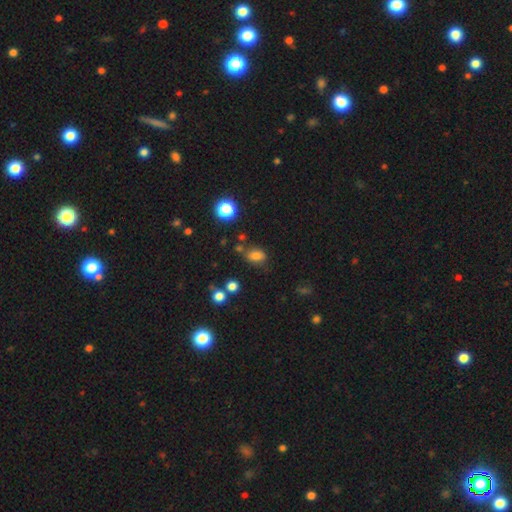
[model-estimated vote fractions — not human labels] This appears to be a smooth galaxy with no disk features (79%) that is in between round and cigar-shaped (74%). Merging: none (68%).